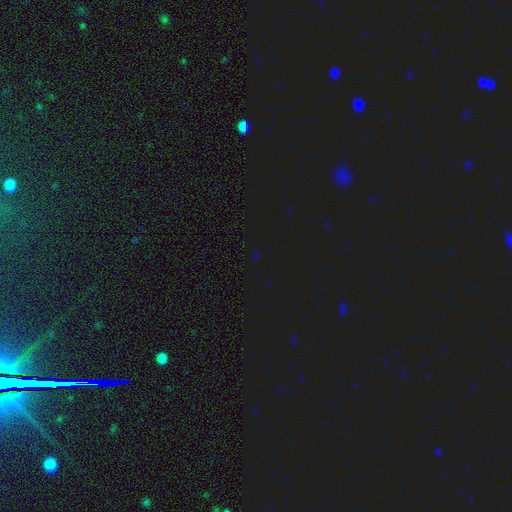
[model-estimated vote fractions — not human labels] This appears to be a star or artifact, not a galaxy (75%).